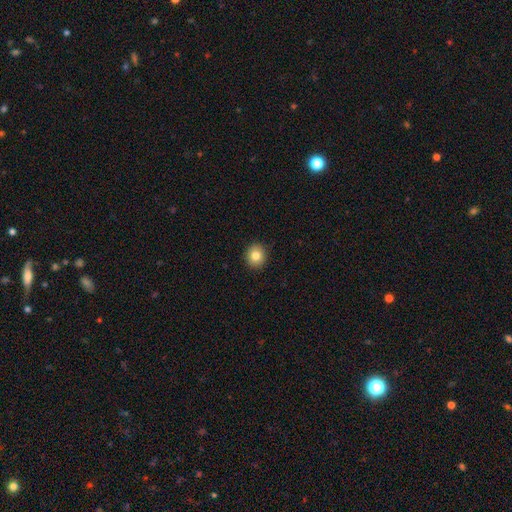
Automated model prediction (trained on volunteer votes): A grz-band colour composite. It shows a smooth galaxy with no disk features (82%) that is round (86%). Merging: none (92%).